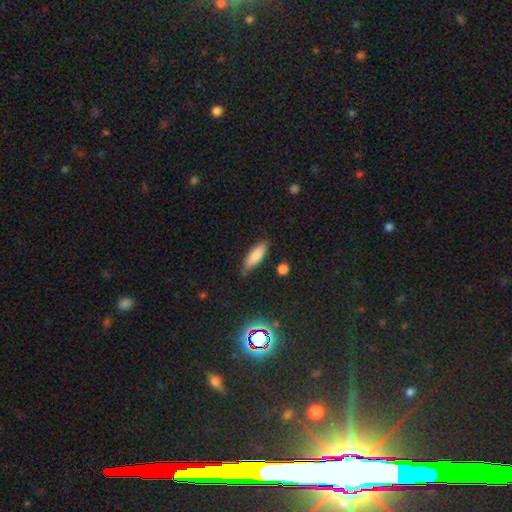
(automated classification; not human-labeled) smooth_or_featured: smooth (p=0.82) [alt: featured or disk p=0.09]
how_rounded: in between (p=0.53) [alt: cigar-shaped p=0.45]
merging: none (p=0.82) [alt: minor disturbance p=0.13]